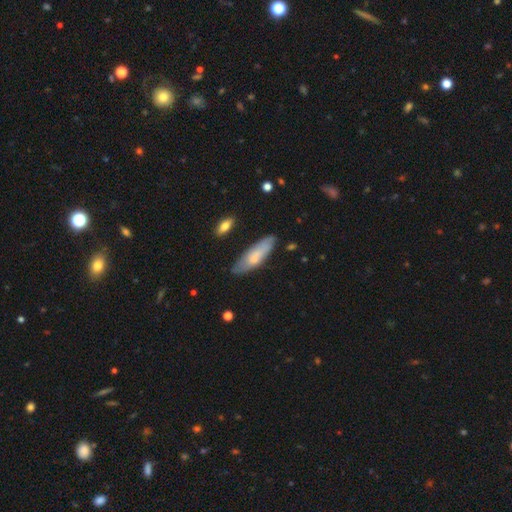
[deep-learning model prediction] Overall: smooth (63%; featured or disk 31%). How rounded: cigar-shaped (51%; in between 47%). Merging: none (72%).